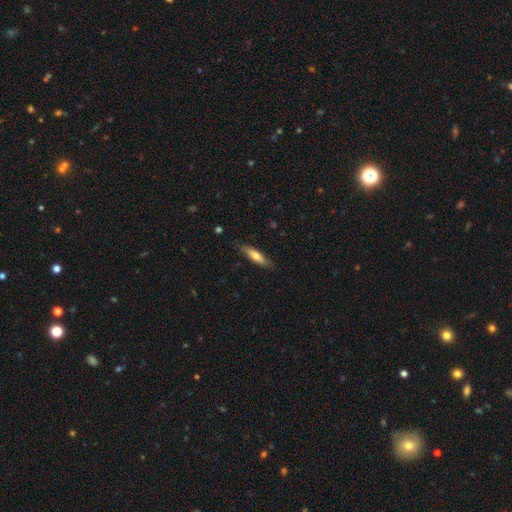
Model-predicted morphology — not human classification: Q: Smooth or featured?
A: smooth (66%); runner-up: featured or disk (29%)
Q: How rounded?
A: cigar-shaped (71%); runner-up: in between (27%)
Q: Merging?
A: none (83%); runner-up: minor disturbance (14%)